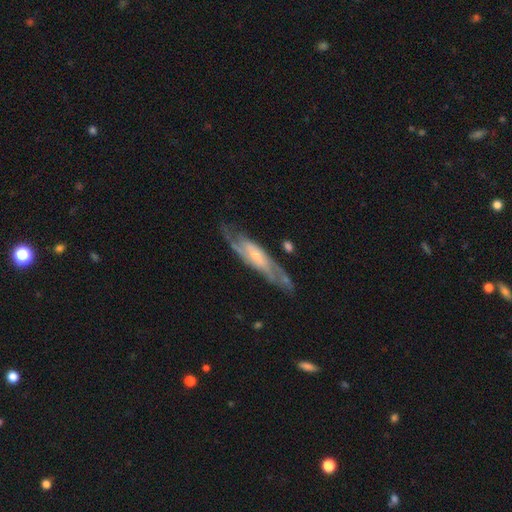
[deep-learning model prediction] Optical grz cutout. It shows a featured or disk galaxy (78%) with no bar (50%), 2 (66%) medium (48%) spiral arms (92%) and a small central bulge (55%). Merging: none (70%).